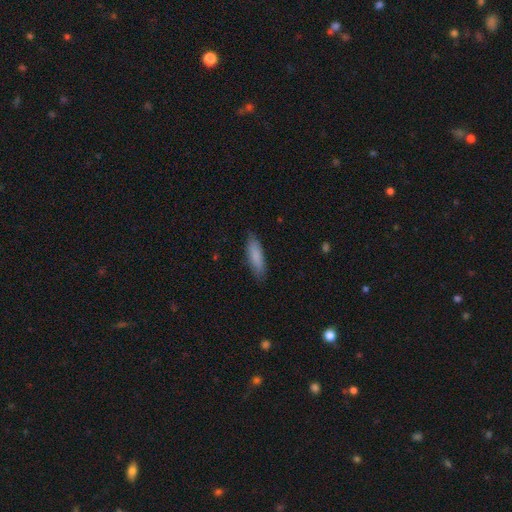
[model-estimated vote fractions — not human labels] Smooth or featured? Predicted: smooth (p=0.84). How rounded? Predicted: cigar-shaped (p=0.55). Merging? Predicted: none (p=0.83).